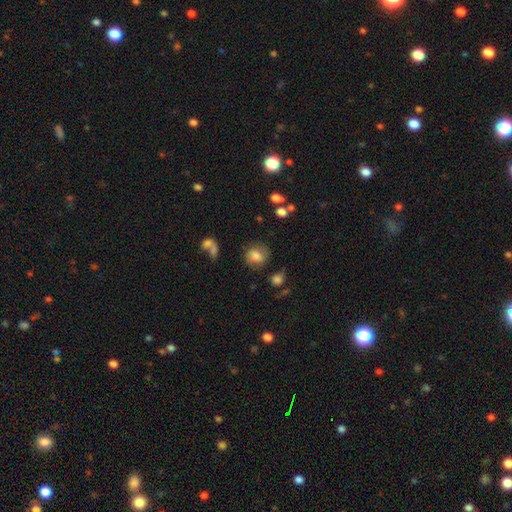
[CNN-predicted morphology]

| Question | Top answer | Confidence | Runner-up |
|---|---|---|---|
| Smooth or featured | smooth | 72% | featured or disk (17%) |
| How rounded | round | 66% | in between (33%) |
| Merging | none | 69% | minor disturbance (17%) |